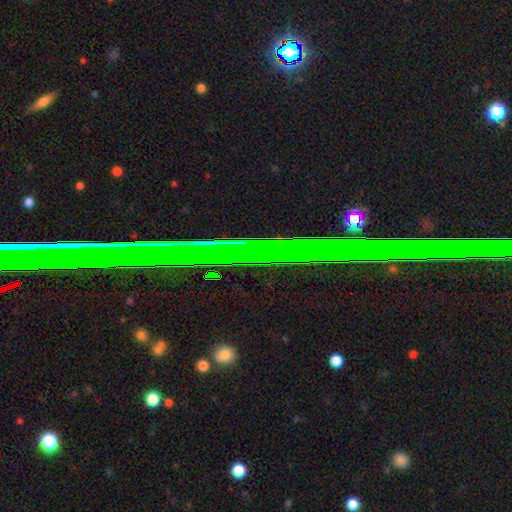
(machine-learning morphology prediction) smooth_or_featured: star or artifact (p=0.64) [alt: featured or disk p=0.25]